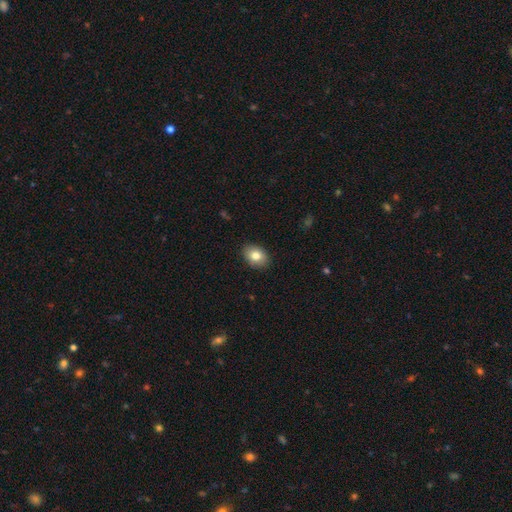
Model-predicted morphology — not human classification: This appears to be a smooth galaxy with no disk features (81%) that is in between round and cigar-shaped (77%). Merging: none (89%).